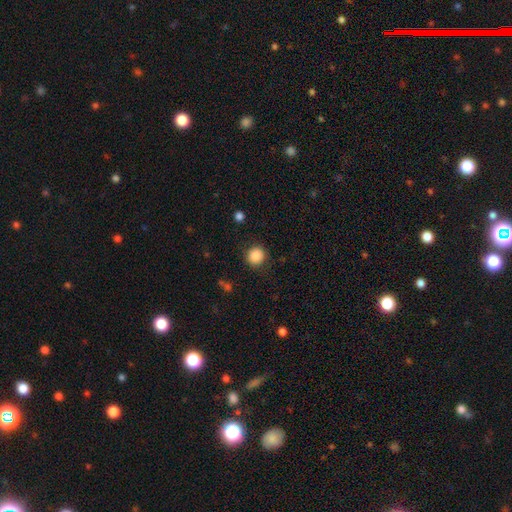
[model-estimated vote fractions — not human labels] A smooth galaxy with no disk features (87%) that is round (92%). Merging: none (89%).